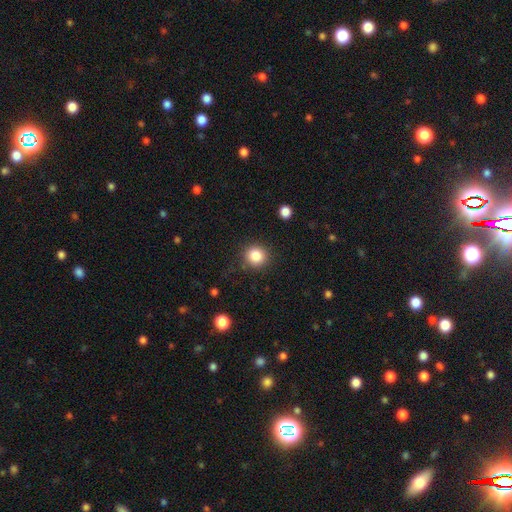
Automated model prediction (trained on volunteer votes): Q: Smooth or featured?
A: smooth (84%); runner-up: star or artifact (11%)
Q: How rounded?
A: round (91%); runner-up: in between (8%)
Q: Merging?
A: none (88%); runner-up: minor disturbance (8%)